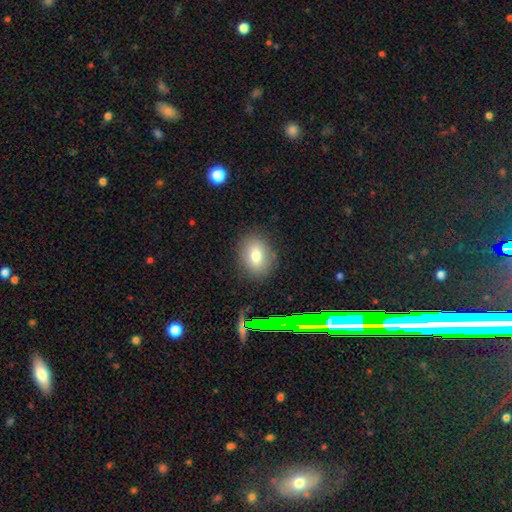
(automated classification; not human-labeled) Smooth or featured? Predicted: smooth (p=0.74). How rounded? Predicted: in between (p=0.64). Merging? Predicted: none (p=0.85).